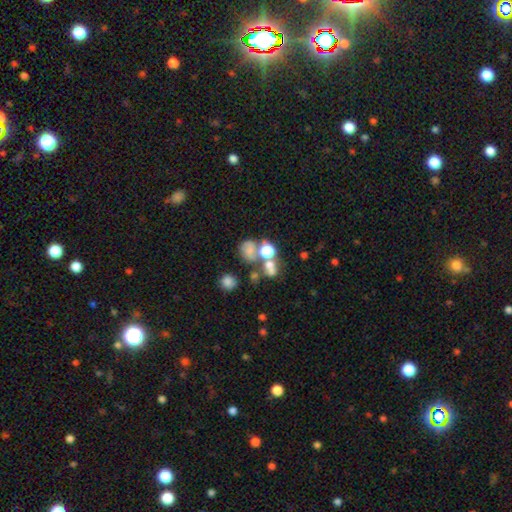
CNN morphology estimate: This is possibly a star or artifact rather than a galaxy (53%).